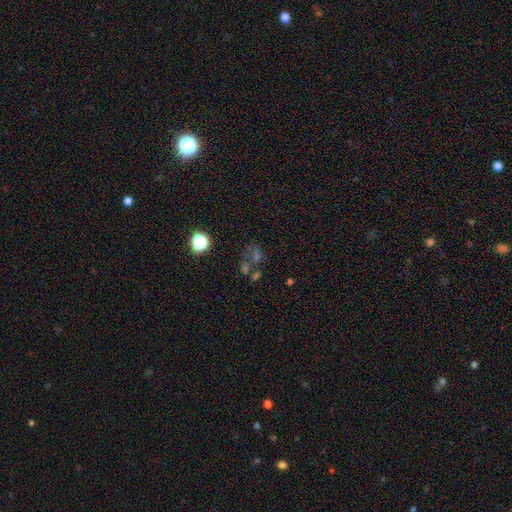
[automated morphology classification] smooth-or-featured: star or artifact: 38% | smooth: 35% | featured or disk: 26%